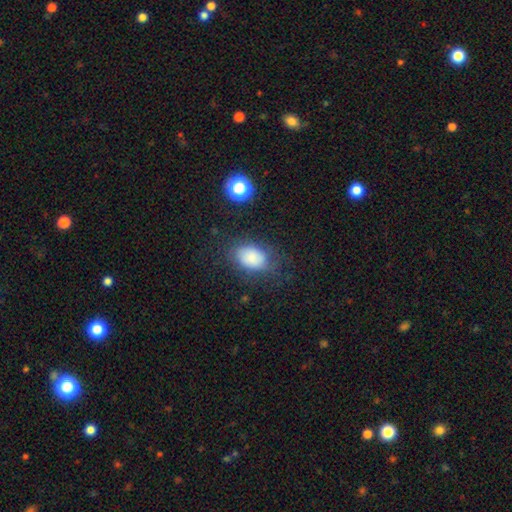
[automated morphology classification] This appears to be a smooth galaxy with no disk features (79%) that is in between round and cigar-shaped (84%). Merging: none (68%).